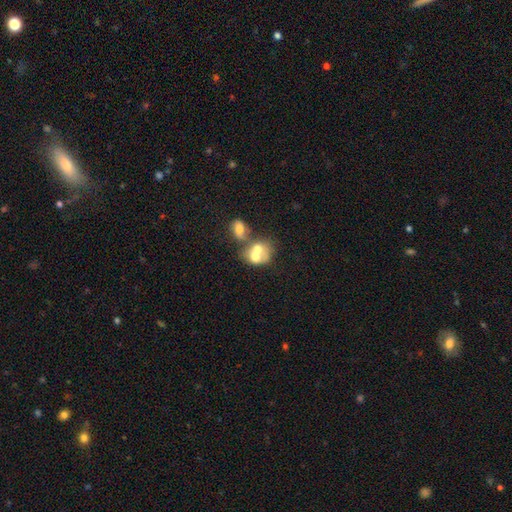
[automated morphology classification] smooth 58%, featured or disk 32%, star or artifact 10%. Down the decision tree: how rounded — round (50%); merging — merger (72%).